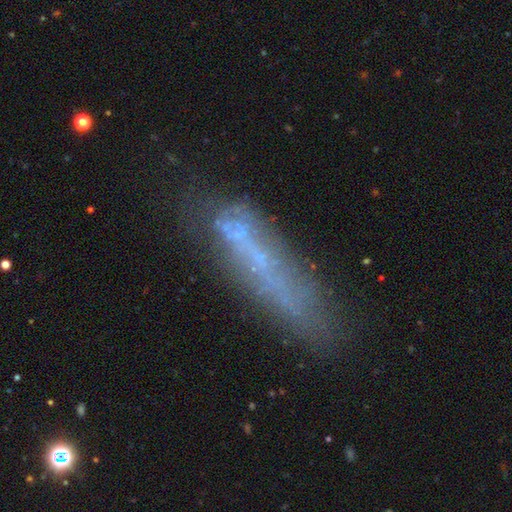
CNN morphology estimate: This is possibly a featured or disk galaxy (48%). Merging: possibly none (56%).